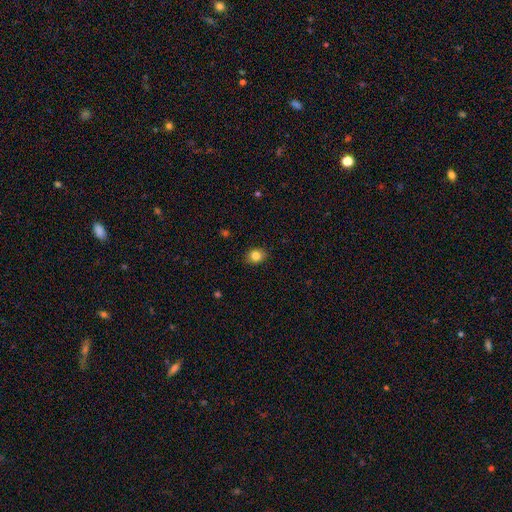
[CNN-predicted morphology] Q: Smooth or featured?
A: smooth (83%); runner-up: star or artifact (11%)
Q: How rounded?
A: round (61%); runner-up: in between (38%)
Q: Merging?
A: none (88%); runner-up: minor disturbance (9%)